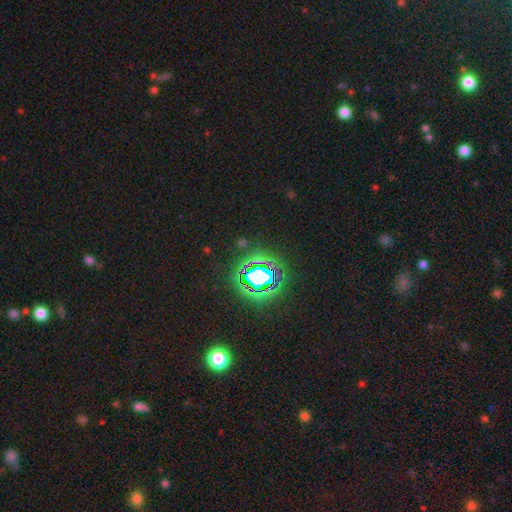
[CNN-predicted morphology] This appears to be a star or artifact, not a galaxy (82%).